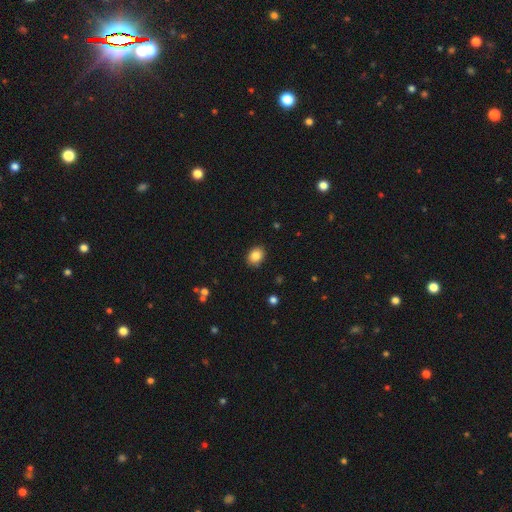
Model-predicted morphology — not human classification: Smooth or featured? Predicted: smooth (p=0.85). How rounded? Predicted: in between (p=0.58). Merging? Predicted: none (p=0.88).